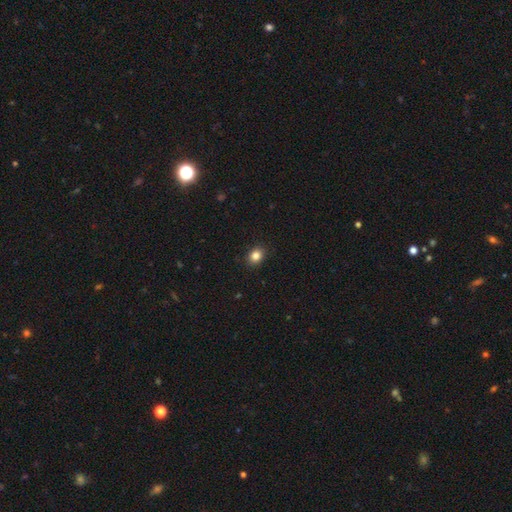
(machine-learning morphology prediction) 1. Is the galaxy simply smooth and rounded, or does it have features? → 85% smooth, 10% star or artifact, 5% featured or disk.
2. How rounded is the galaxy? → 51% round, 48% in between, 1% cigar-shaped.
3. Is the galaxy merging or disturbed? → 90% none, 7% minor disturbance, 2% major disturbance, 1% merger.